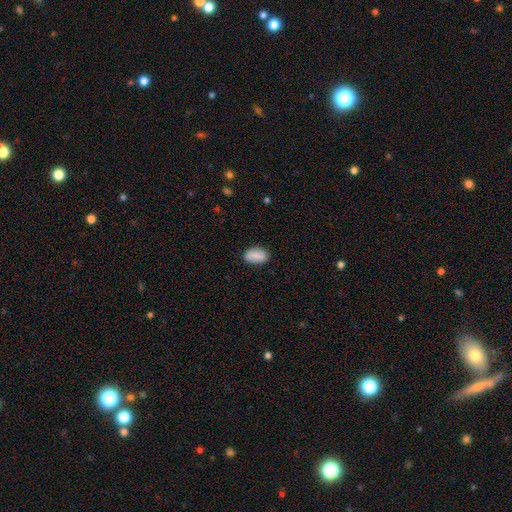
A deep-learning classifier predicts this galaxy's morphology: Smooth or featured?
  - smooth: 83% *
  - featured or disk: 10%
  - star or artifact: 7%
How rounded?
  - in between: 91% *
  - round: 6%
  - cigar-shaped: 2%
Merging?
  - none: 84% *
  - minor disturbance: 12%
  - major disturbance: 3%
  - merger: 1%